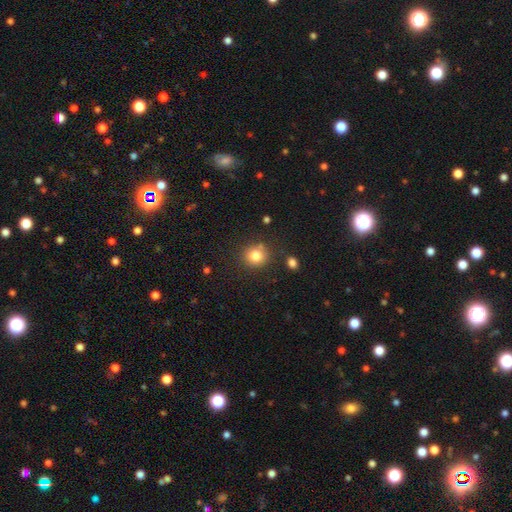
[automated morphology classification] Smooth or featured: smooth — 81% (star or artifact — 11%)
How rounded: round — 88% (in between — 11%)
Merging: none — 80% (minor disturbance — 10%)